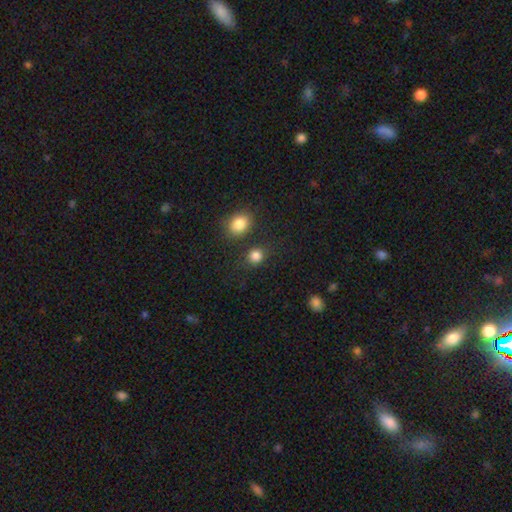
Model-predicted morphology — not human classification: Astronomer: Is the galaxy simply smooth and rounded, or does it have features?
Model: smooth — 83%.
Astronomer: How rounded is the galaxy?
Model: round — 75%.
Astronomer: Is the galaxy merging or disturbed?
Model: none — 73%.